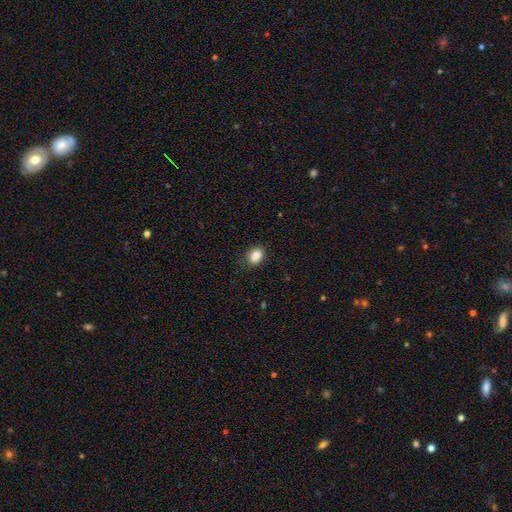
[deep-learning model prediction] This appears to be a smooth galaxy with no disk features (85%) that is in between round and cigar-shaped (57%). Merging: none (79%).